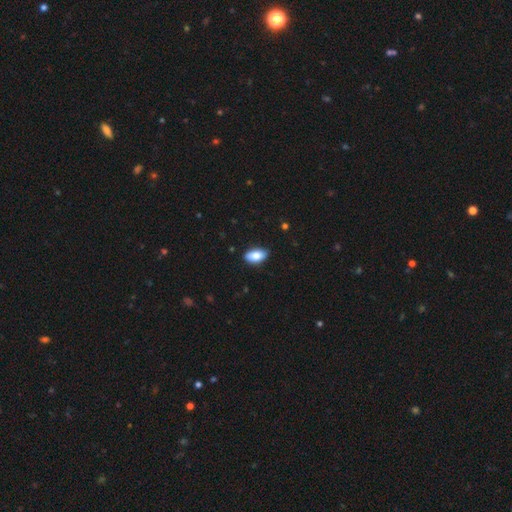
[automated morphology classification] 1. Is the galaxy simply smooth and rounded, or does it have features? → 84% smooth, 9% featured or disk, 7% star or artifact.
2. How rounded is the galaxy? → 92% in between, 4% cigar-shaped, 4% round.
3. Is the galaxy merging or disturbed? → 86% none, 11% minor disturbance, 2% major disturbance, 1% merger.